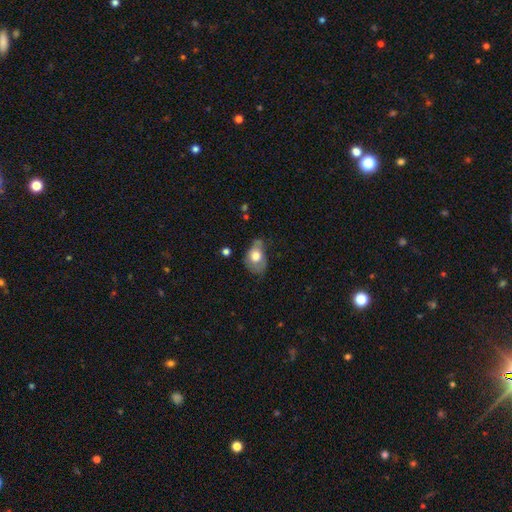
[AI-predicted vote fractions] This appears to be a smooth galaxy with no disk features (64%) that is in between round and cigar-shaped (73%). Merging: minor disturbance (38%).